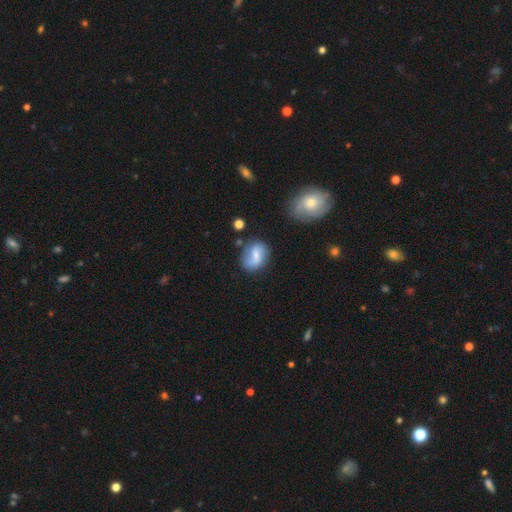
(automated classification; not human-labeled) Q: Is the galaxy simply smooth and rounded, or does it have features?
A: smooth — 48%.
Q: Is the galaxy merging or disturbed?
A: none — 66%.